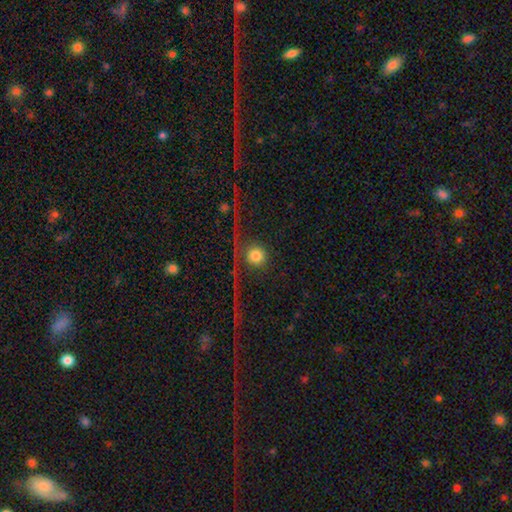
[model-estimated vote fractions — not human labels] Smooth or featured?
  - smooth: 68% *
  - star or artifact: 19%
  - featured or disk: 13%
How rounded?
  - round: 94% *
  - in between: 5%
  - cigar-shaped: 1%
Merging?
  - none: 70% *
  - major disturbance: 13%
  - minor disturbance: 11%
  - merger: 6%